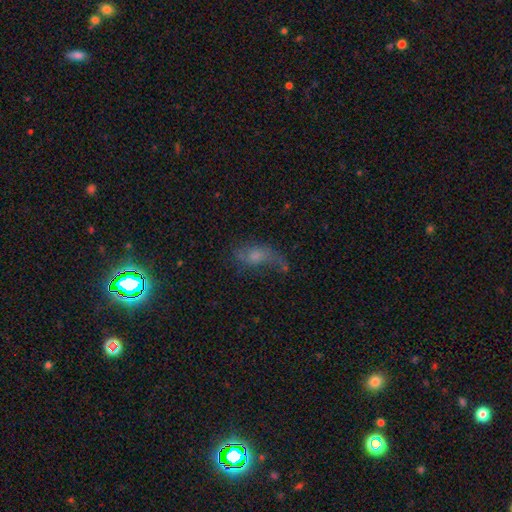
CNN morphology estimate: Smooth or featured?
  - featured or disk: 48% *
  - smooth: 37%
  - star or artifact: 15%
Merging?
  - none: 42% *
  - major disturbance: 28%
  - minor disturbance: 25%
  - merger: 5%